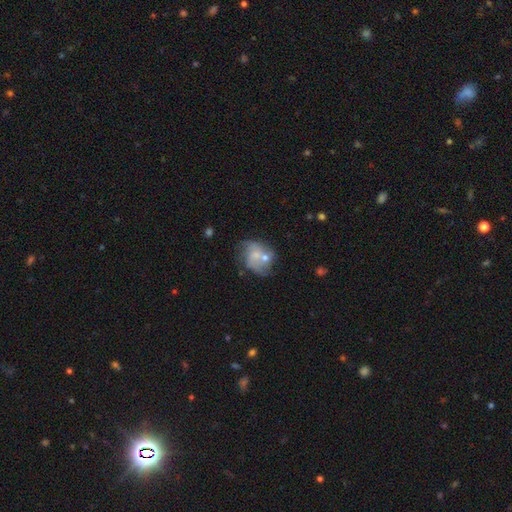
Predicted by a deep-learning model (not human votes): The model was most divided on "merging": none: 34%, merger: 29%, minor disturbance: 21%, major disturbance: 15%. Remaining: edge-on disk — no (98%); bar — no (75%); spiral arms — yes (64%); smooth or featured — featured or disk (53%); bulge size — small (47%).